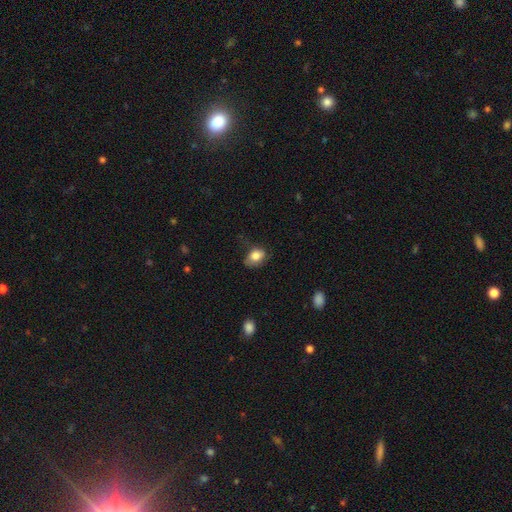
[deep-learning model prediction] Q: Smooth or featured?
A: smooth (82%); runner-up: featured or disk (11%)
Q: How rounded?
A: in between (73%); runner-up: round (26%)
Q: Merging?
A: none (53%); runner-up: minor disturbance (32%)